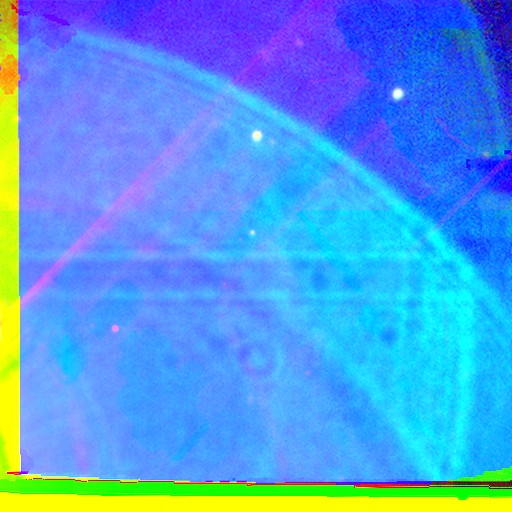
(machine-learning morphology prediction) Q: Smooth or featured?
A: star or artifact (87%); runner-up: featured or disk (7%)